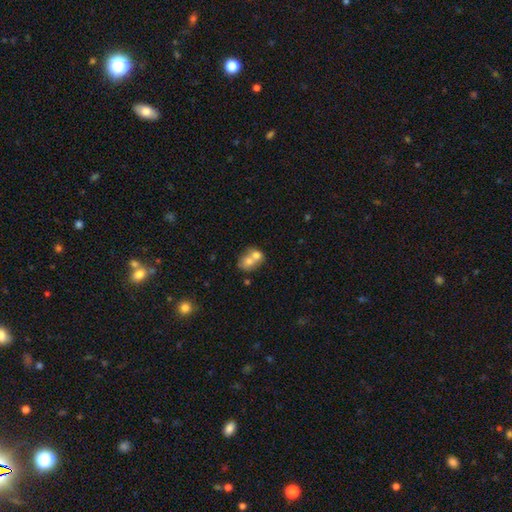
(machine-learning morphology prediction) smooth_or_featured: smooth (p=0.65) [alt: featured or disk p=0.26]
how_rounded: round (p=0.52) [alt: in between p=0.47]
merging: merger (p=0.70) [alt: none p=0.20]